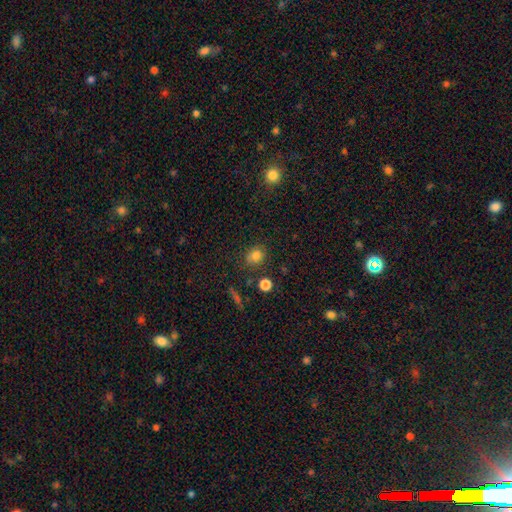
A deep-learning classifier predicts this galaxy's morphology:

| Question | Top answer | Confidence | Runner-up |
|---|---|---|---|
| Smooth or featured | smooth | 80% | star or artifact (13%) |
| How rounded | round | 62% | in between (37%) |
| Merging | none | 76% | minor disturbance (14%) |